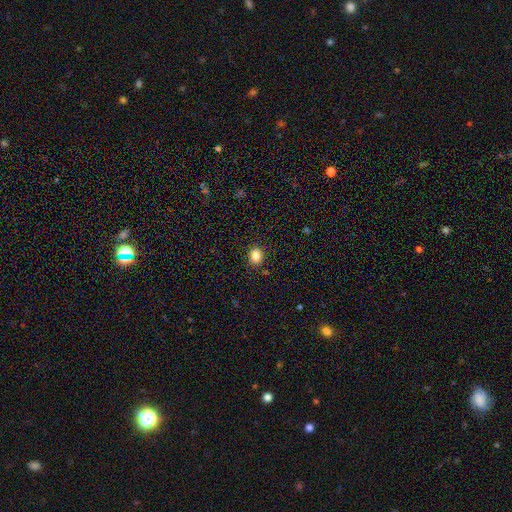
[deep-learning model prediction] A smooth galaxy with no disk features (84%) that is round (58%). Merging: none (89%).